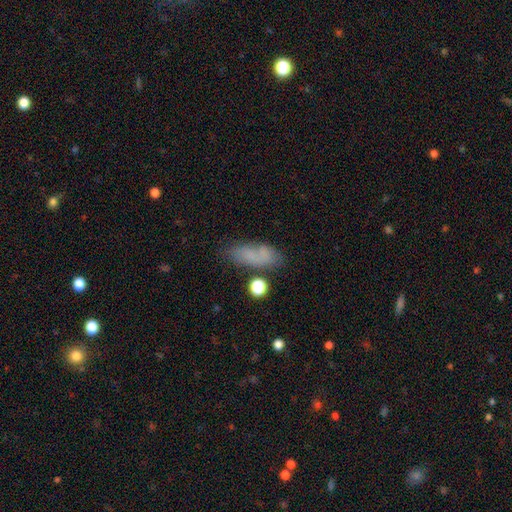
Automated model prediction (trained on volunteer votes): A smooth galaxy with no disk features (69%) that is in between round and cigar-shaped (70%).

Vote fractions:
- Smooth or featured? smooth: 69% / featured or disk: 18% / star or artifact: 13%
- How rounded? in between: 70% / cigar-shaped: 24% / round: 5%
- Merging? none: 61% / minor disturbance: 22% / major disturbance: 10% / merger: 7%